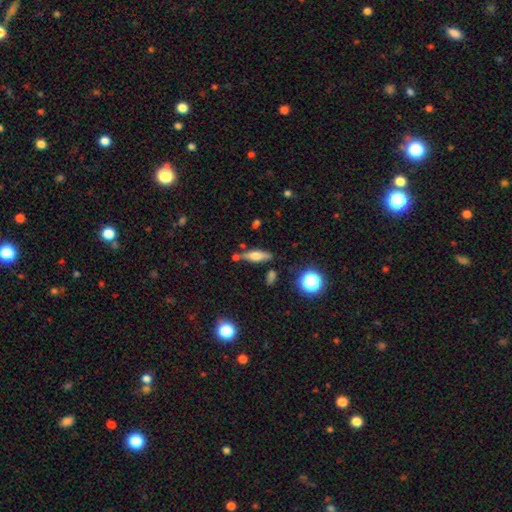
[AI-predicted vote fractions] A smooth galaxy with no disk features (54%) that is cigar-shaped (51%).

Vote fractions:
- Smooth or featured? smooth: 54% / featured or disk: 37% / star or artifact: 10%
- How rounded? cigar-shaped: 51% / in between: 45% / round: 4%
- Merging? none: 72% / minor disturbance: 15% / merger: 9% / major disturbance: 4%